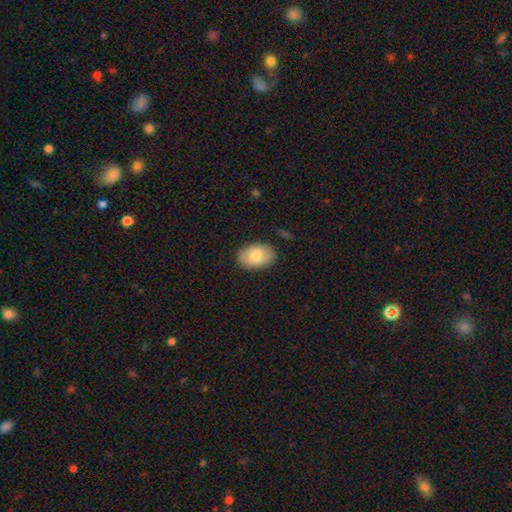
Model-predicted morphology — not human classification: This appears to be a smooth galaxy with no disk features (76%) that is in between round and cigar-shaped (85%). Merging: none (86%).